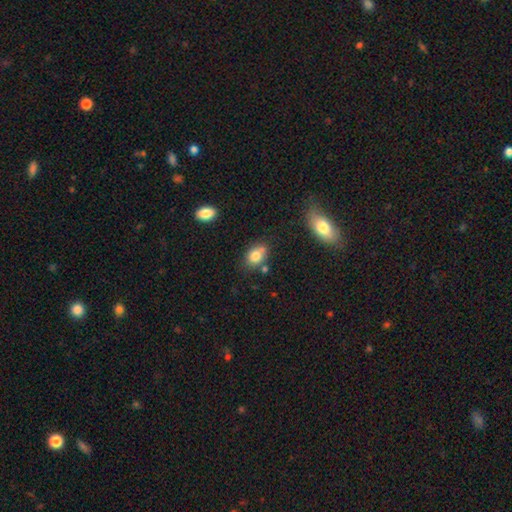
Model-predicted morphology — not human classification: Smooth or featured? smooth (79%)
How rounded? in between (67%)
Merging? none (55%)